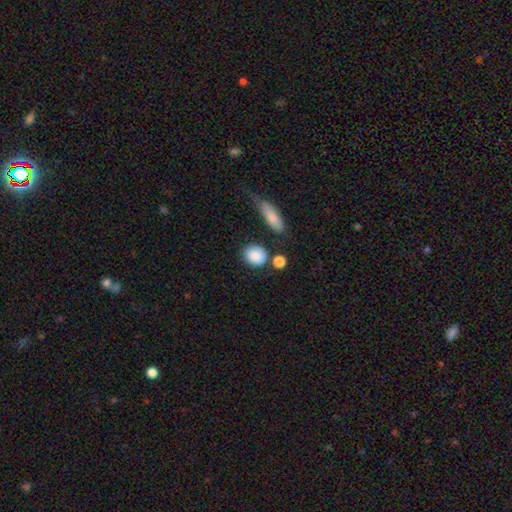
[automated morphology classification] Smooth or featured: smooth — 87% (star or artifact — 7%)
How rounded: round — 65% (in between — 32%)
Merging: none — 73% (minor disturbance — 13%)